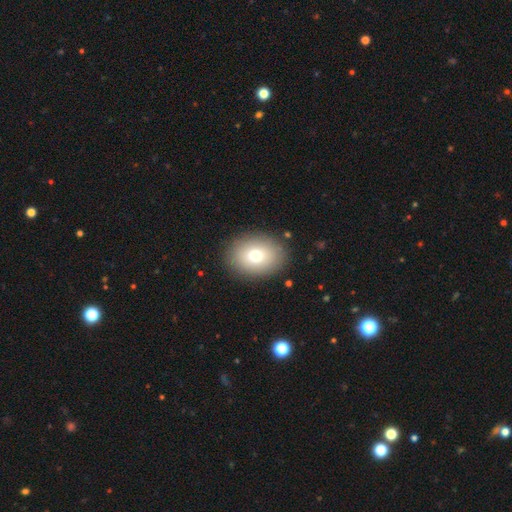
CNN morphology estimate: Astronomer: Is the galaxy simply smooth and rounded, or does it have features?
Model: smooth — 76%.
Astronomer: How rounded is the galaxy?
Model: in between — 61% (runner-up: round, 38%).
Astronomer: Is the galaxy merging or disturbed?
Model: none — 87%.